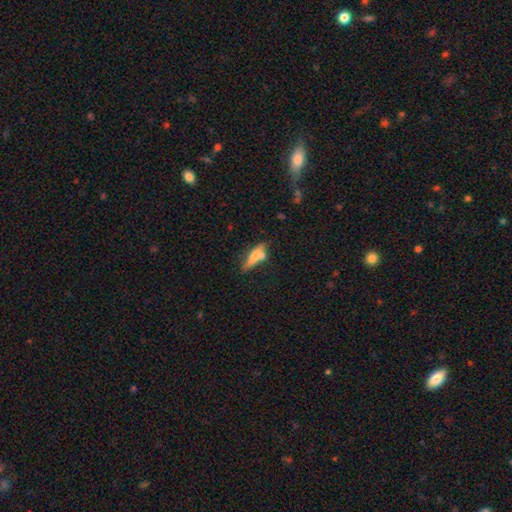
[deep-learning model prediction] Morphology: type=smooth (61%); roundness=cigar-shaped (56%); merging=none (44%).